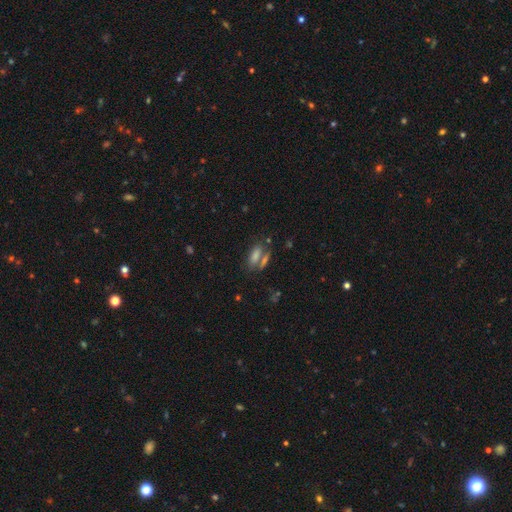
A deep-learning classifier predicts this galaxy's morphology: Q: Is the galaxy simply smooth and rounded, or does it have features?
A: smooth — 59%.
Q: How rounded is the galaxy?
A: in between — 68%.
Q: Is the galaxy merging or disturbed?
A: none — 57%.